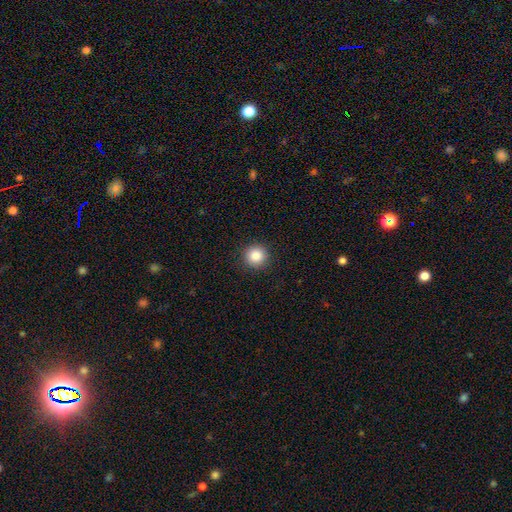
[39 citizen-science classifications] Morphology: type=smooth (95%); roundness=round (97%); merging=none (100%).